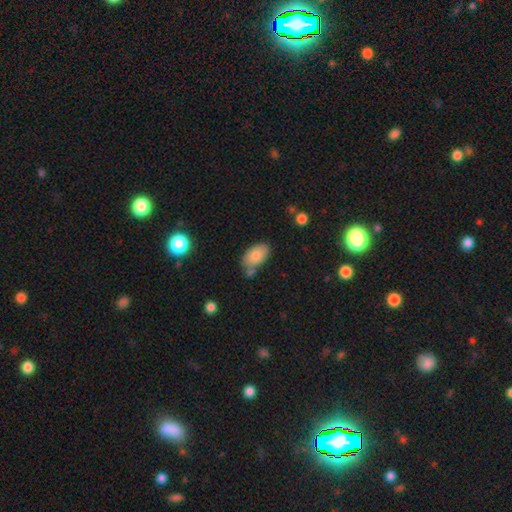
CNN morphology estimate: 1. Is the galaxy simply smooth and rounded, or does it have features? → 81% smooth, 11% featured or disk, 8% star or artifact.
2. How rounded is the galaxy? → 93% in between, 5% round, 2% cigar-shaped.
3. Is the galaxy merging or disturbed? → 57% none, 21% minor disturbance, 16% merger, 5% major disturbance.